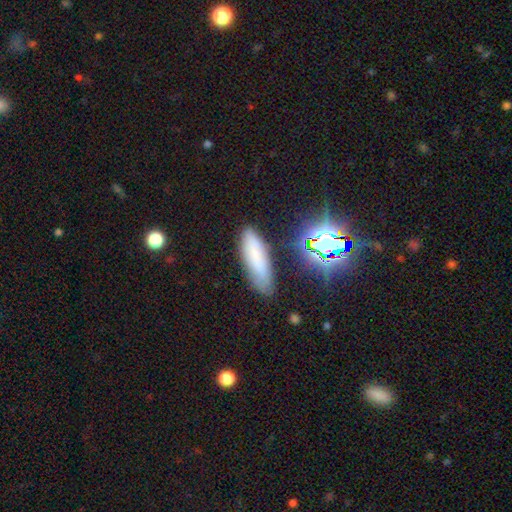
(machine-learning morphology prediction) smooth 64%, star or artifact 18%, featured or disk 18%. Down the decision tree: how rounded — cigar-shaped (51%); merging — none (79%).